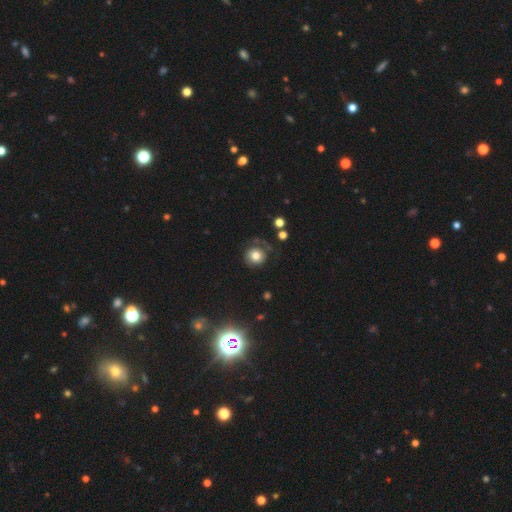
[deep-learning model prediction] Q: Smooth or featured?
A: smooth (72%); runner-up: featured or disk (18%)
Q: How rounded?
A: round (89%); runner-up: in between (10%)
Q: Merging?
A: none (62%); runner-up: minor disturbance (18%)